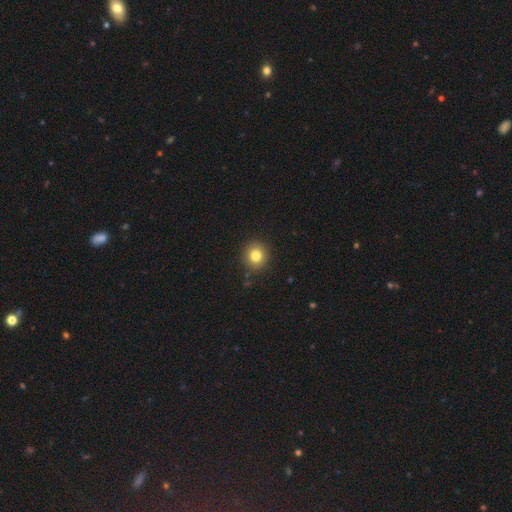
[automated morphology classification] smooth 82%, star or artifact 11%, featured or disk 7%. Down the decision tree: how rounded — round (89%); merging — none (90%).